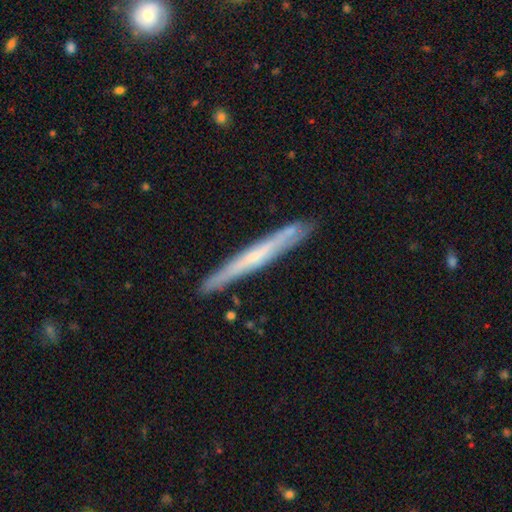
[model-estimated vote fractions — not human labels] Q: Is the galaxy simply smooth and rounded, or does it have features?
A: featured or disk — 59%.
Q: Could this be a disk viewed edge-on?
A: yes — 93%.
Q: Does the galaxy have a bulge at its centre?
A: none — 68%.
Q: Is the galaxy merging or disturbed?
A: none — 88%.